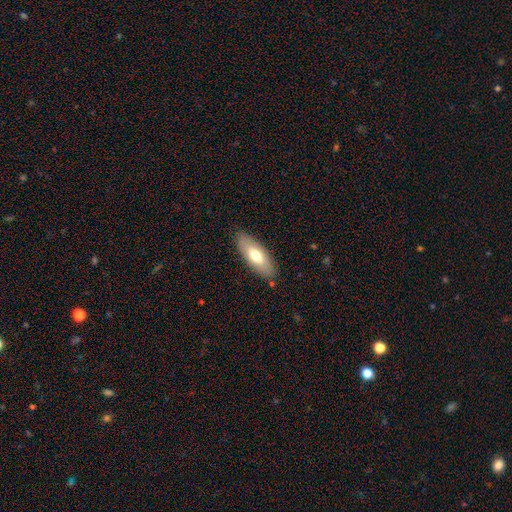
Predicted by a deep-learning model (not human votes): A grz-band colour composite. It shows a smooth galaxy with no disk features (67%) that is in between round and cigar-shaped (75%). Merging: none (85%).